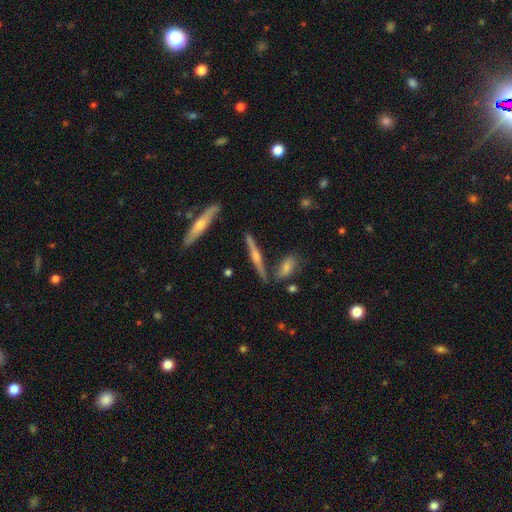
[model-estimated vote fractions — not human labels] A featured or disk galaxy (74%) viewed edge-on (97%) with a rounded central bulge (88%).

Vote fractions:
- Smooth or featured? featured or disk: 74% / smooth: 19% / star or artifact: 8%
- Edge-on disk? yes: 97% / no: 3%
- Edge-on bulge? rounded: 88% / none: 6% / boxy: 6%
- Merging? none: 82% / minor disturbance: 10% / merger: 6% / major disturbance: 2%